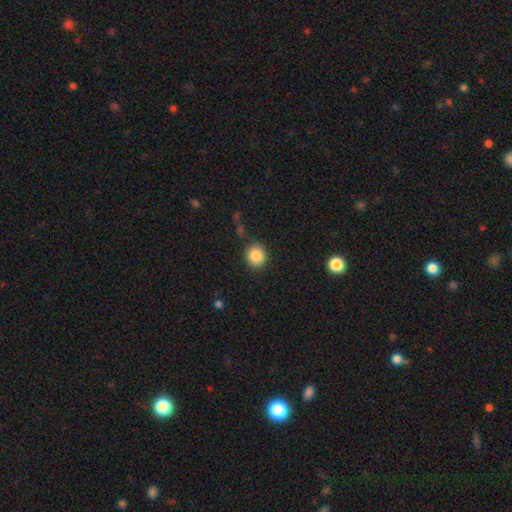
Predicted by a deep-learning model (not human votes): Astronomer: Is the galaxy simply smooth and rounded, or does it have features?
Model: smooth — 86%.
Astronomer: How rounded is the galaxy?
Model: round — 86%.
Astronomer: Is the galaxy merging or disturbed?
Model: none — 85%.